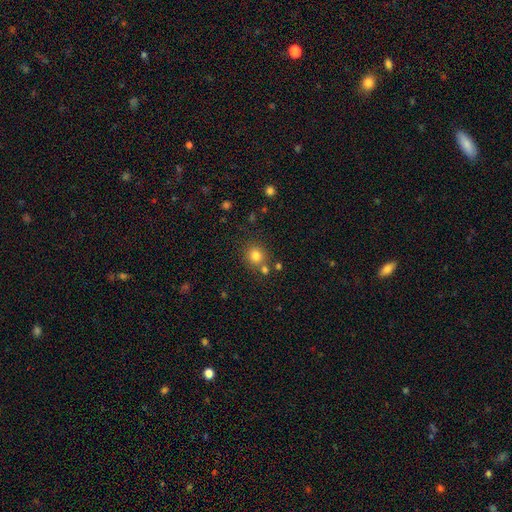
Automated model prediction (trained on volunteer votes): This appears to be a smooth galaxy with no disk features (80%) that is round (86%). Merging: none (75%).